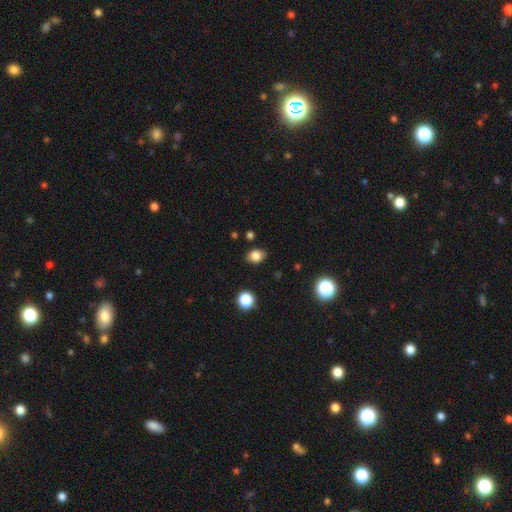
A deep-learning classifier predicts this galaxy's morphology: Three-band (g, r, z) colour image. It shows a smooth galaxy with no disk features (82%) that is in between round and cigar-shaped (64%). Merging: none (80%).